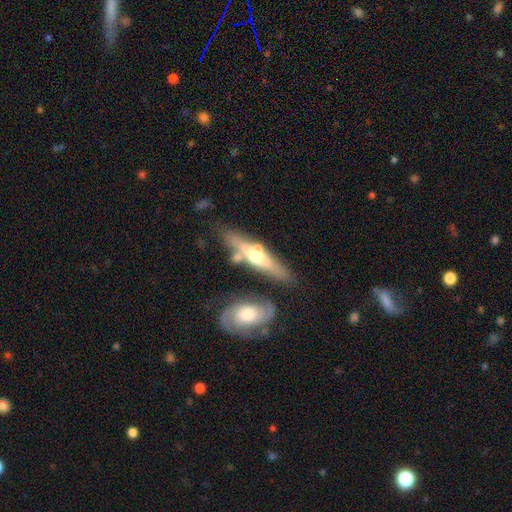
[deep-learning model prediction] featured or disk 60%, smooth 35%, star or artifact 5%. Down the decision tree: edge-on disk — yes (82%); merging — none (62%).